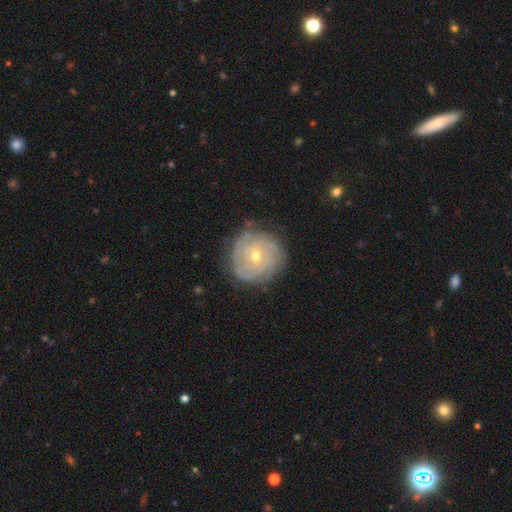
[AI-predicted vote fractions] Smooth or featured: featured or disk — 82% (smooth — 11%)
Edge-on disk: no — 97% (yes — 3%)
Bar: no — 66% (weak — 28%)
Spiral arms: yes — 95% (no — 5%)
Spiral winding: tight — 82% (medium — 15%)
Spiral arm count: can't tell — 35% (3 — 20%)
Bulge size: small — 51% (moderate — 46%)
Merging: none — 80% (minor disturbance — 14%)